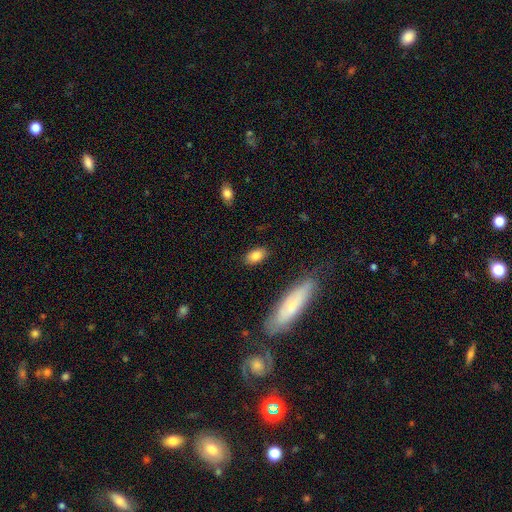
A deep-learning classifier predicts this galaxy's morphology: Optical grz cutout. It shows a smooth galaxy with no disk features (84%) that is in between round and cigar-shaped (89%). Merging: none (85%).